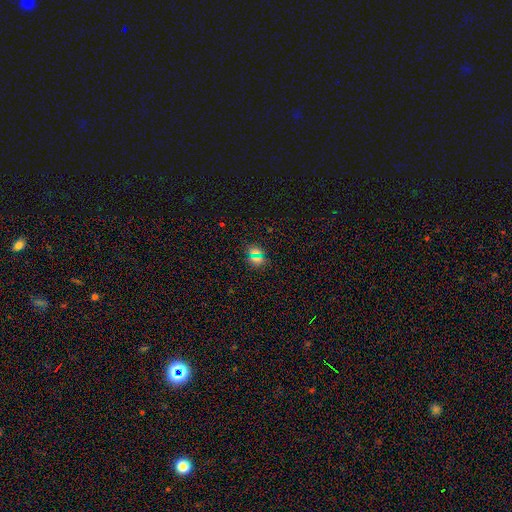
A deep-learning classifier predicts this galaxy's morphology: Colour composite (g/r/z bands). It shows a smooth galaxy with no disk features (56%) that is round (66%). Merging: none (83%).